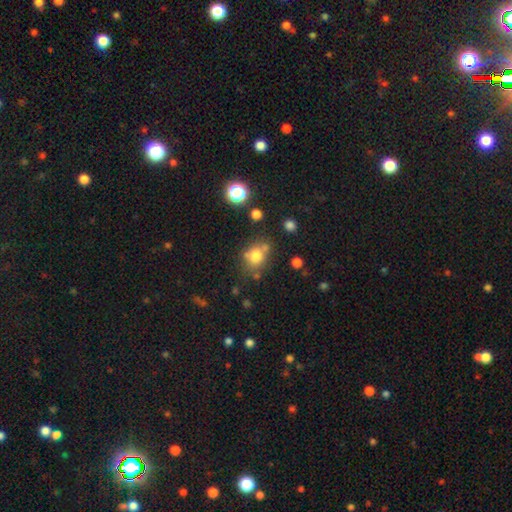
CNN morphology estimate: This is likely a smooth galaxy (73%). How rounded: likely round (66%). Merging: possibly none (59%).